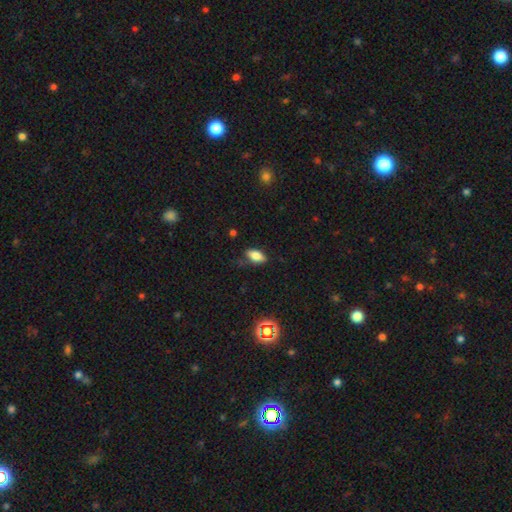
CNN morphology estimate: smooth-or-featured: smooth: 78% | featured or disk: 13% | star or artifact: 9%
  how-rounded: in between: 88% | cigar-shaped: 8% | round: 4%
  merging: none: 73% | minor disturbance: 21% | major disturbance: 5% | merger: 2%